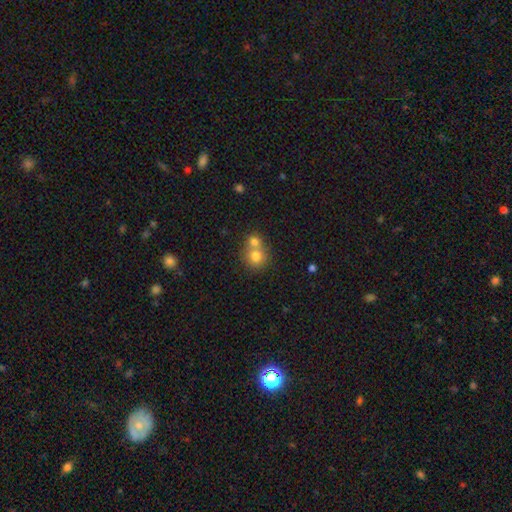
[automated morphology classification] This appears to be a smooth galaxy with no disk features (77%) that is round (84%). Merging: merger (52%).